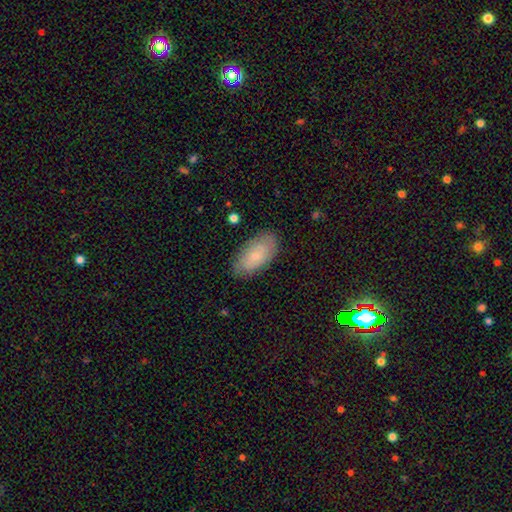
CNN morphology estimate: A smooth galaxy with no disk features (71%) that is in between round and cigar-shaped (93%).

Vote fractions:
- Smooth or featured? smooth: 71% / featured or disk: 22% / star or artifact: 7%
- How rounded? in between: 93% / cigar-shaped: 5% / round: 3%
- Merging? none: 80% / minor disturbance: 15% / major disturbance: 3% / merger: 1%